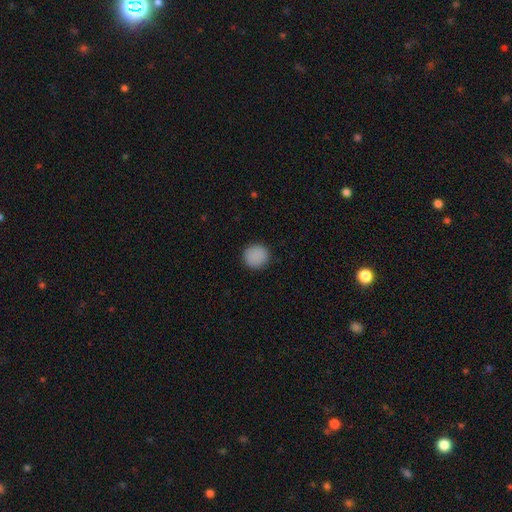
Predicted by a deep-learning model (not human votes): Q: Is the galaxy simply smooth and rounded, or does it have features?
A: smooth — 88%.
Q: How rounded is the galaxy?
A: round — 93%.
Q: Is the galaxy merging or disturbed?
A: none — 91%.